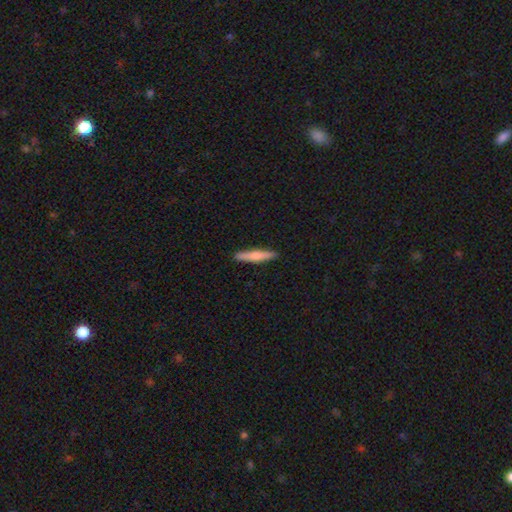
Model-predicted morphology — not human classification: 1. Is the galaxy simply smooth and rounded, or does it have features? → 57% smooth, 37% featured or disk, 5% star or artifact.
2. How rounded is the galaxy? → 91% cigar-shaped, 7% in between, 2% round.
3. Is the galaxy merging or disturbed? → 91% none, 6% minor disturbance, 1% major disturbance, 1% merger.